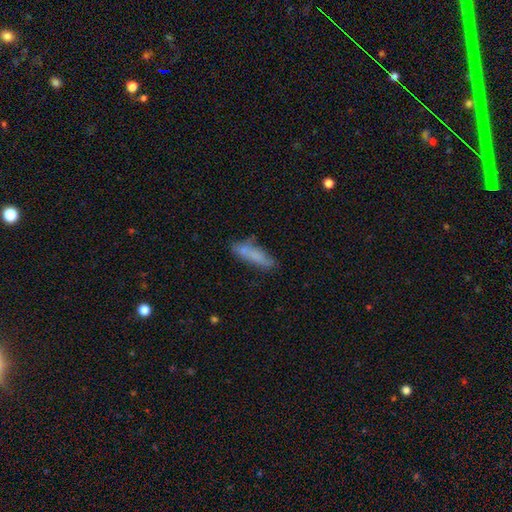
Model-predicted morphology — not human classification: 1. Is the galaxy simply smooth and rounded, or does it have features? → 72% smooth, 20% featured or disk, 8% star or artifact.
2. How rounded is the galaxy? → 69% cigar-shaped, 29% in between, 2% round.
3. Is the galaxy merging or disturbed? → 60% none, 24% minor disturbance, 8% merger, 8% major disturbance.